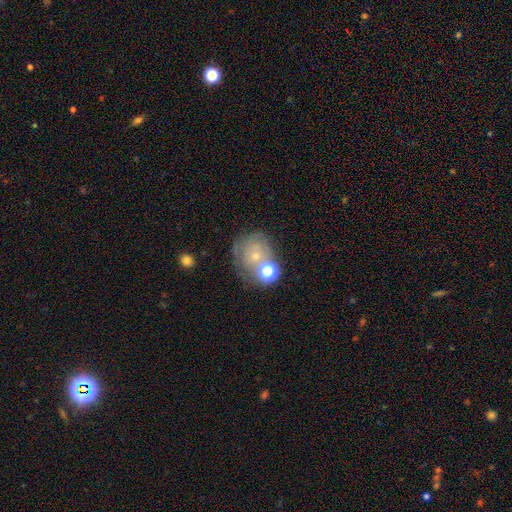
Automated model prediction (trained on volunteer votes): Smooth or featured: smooth — 50% (featured or disk — 33%)
How rounded: round — 78% (in between — 21%)
Merging: none — 47% (merger — 23%)